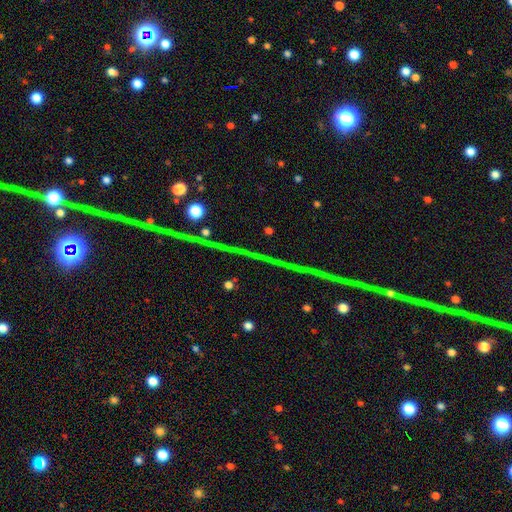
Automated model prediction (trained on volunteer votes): smooth_or_featured: star or artifact (p=0.76) [alt: featured or disk p=0.15]